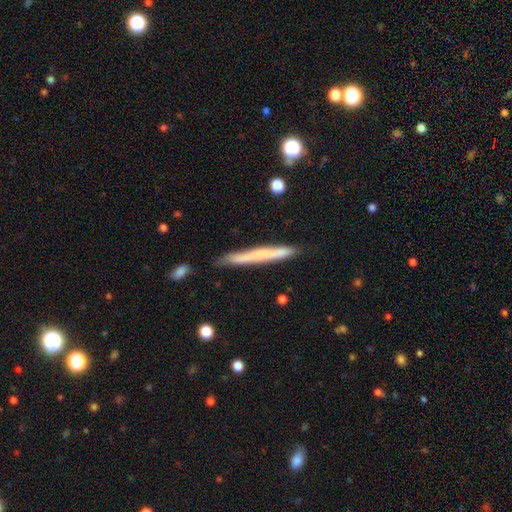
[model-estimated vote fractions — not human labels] smooth-or-featured: smooth: 57% | featured or disk: 36% | star or artifact: 8%
  how-rounded: cigar-shaped: 97% | in between: 2% | round: 1%
  merging: none: 87% | minor disturbance: 10% | merger: 2% | major disturbance: 2%